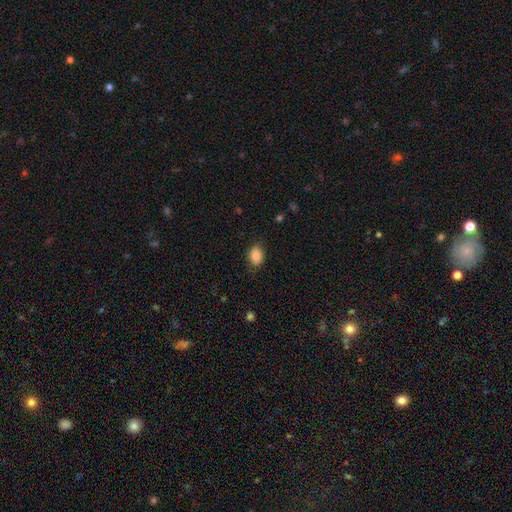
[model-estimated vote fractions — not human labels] Smooth or featured?
  - smooth: 86% *
  - star or artifact: 8%
  - featured or disk: 5%
How rounded?
  - in between: 71% *
  - round: 28%
  - cigar-shaped: 1%
Merging?
  - none: 82% *
  - minor disturbance: 13%
  - major disturbance: 3%
  - merger: 1%